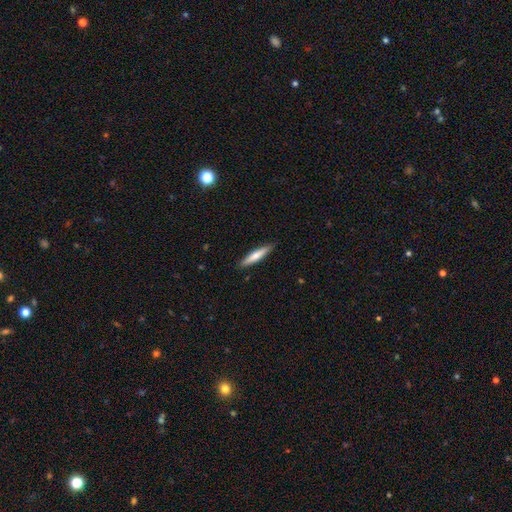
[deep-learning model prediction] Smooth or featured: smooth — 63% (featured or disk — 31%)
How rounded: cigar-shaped — 89% (in between — 10%)
Merging: none — 90% (minor disturbance — 8%)